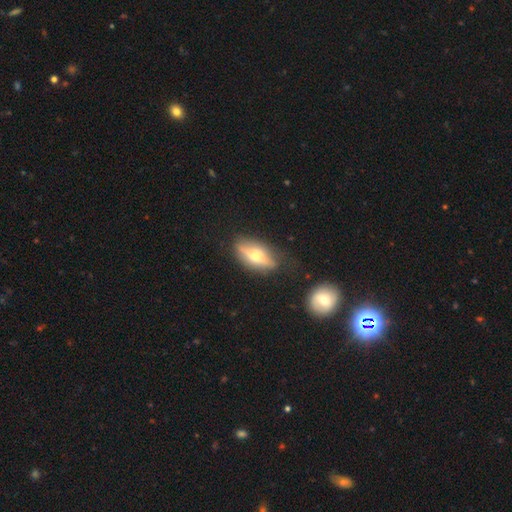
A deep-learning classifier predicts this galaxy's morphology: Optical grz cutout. It shows a featured or disk galaxy (50%). Merging: none (72%).